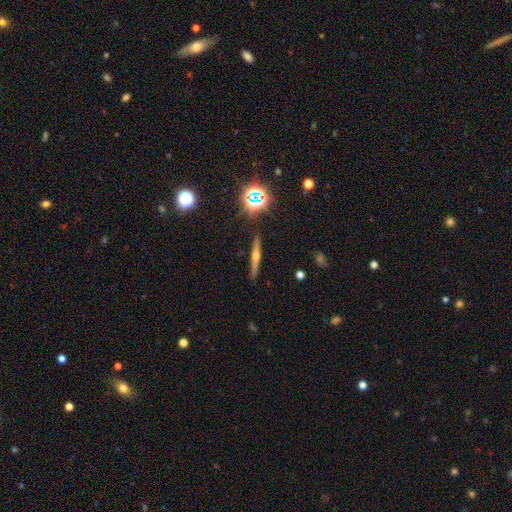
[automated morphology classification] A featured or disk galaxy (62%) viewed edge-on (96%) with a rounded central bulge (89%). Merging: none (89%).